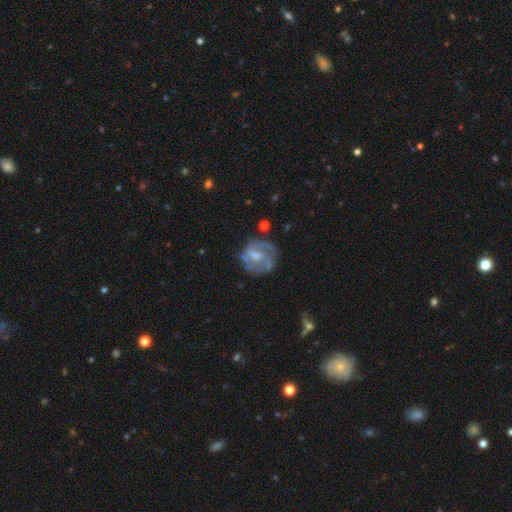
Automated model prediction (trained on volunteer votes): featured or disk 69%, smooth 23%, star or artifact 8%. Down the decision tree: edge-on disk — no (98%); bar — weak (50%); spiral arms — yes (74%); bulge size — moderate (40%); merging — none (58%).